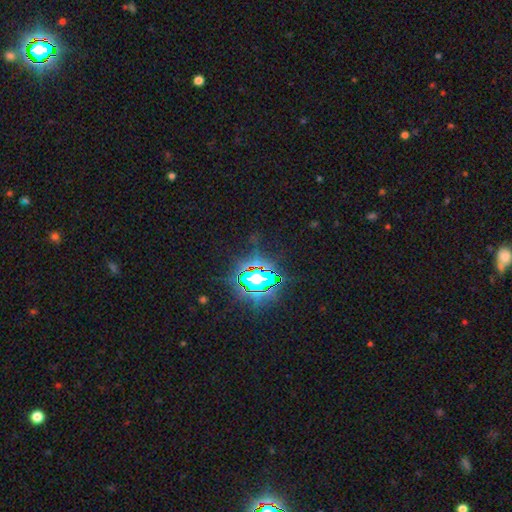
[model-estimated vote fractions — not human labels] This appears to be a star or artifact, not a galaxy (81%).